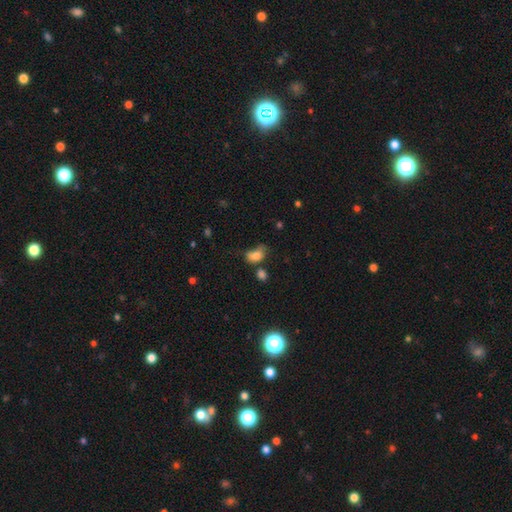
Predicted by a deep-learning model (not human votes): A smooth galaxy with no disk features (77%) that is in between round and cigar-shaped (76%).

Vote fractions:
- Smooth or featured? smooth: 77% / star or artifact: 12% / featured or disk: 11%
- How rounded? in between: 76% / round: 22% / cigar-shaped: 2%
- Merging? minor disturbance: 33% / none: 31% / major disturbance: 22% / merger: 14%